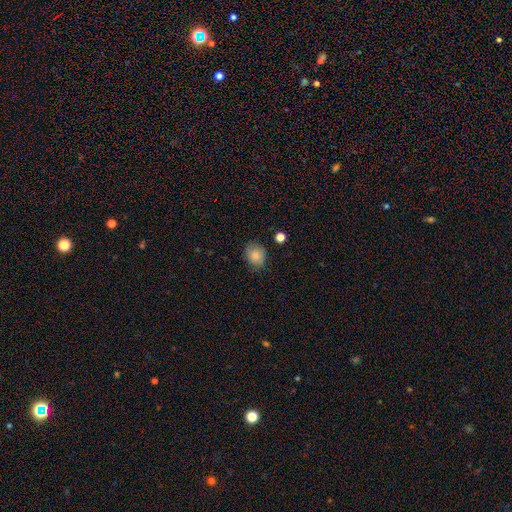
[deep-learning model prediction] Smooth or featured?
  - smooth: 82% *
  - featured or disk: 9%
  - star or artifact: 9%
How rounded?
  - round: 61% *
  - in between: 38%
  - cigar-shaped: 1%
Merging?
  - none: 77% *
  - minor disturbance: 17%
  - major disturbance: 4%
  - merger: 2%